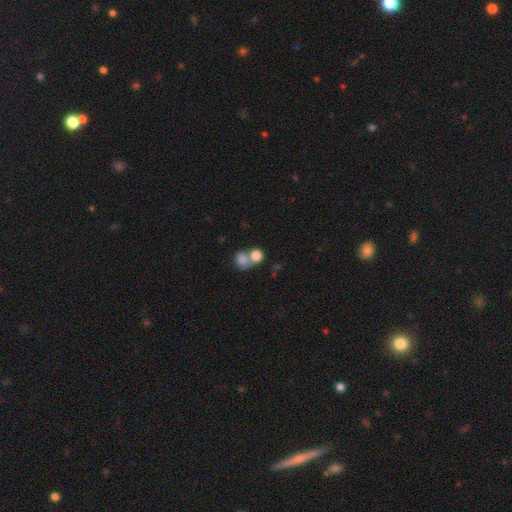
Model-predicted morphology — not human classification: Smooth or featured?
  - smooth: 81% *
  - featured or disk: 10%
  - star or artifact: 9%
How rounded?
  - round: 71% *
  - in between: 28%
  - cigar-shaped: 1%
Merging?
  - merger: 61% *
  - none: 29%
  - minor disturbance: 7%
  - major disturbance: 4%